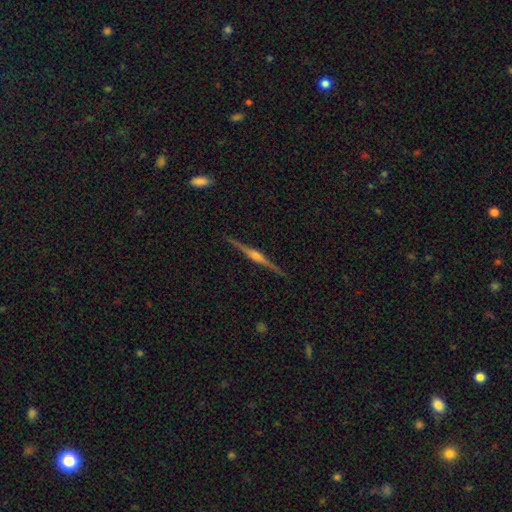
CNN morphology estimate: A featured or disk galaxy (87%) viewed edge-on (99%) with a rounded central bulge (87%). Merging: none (92%).